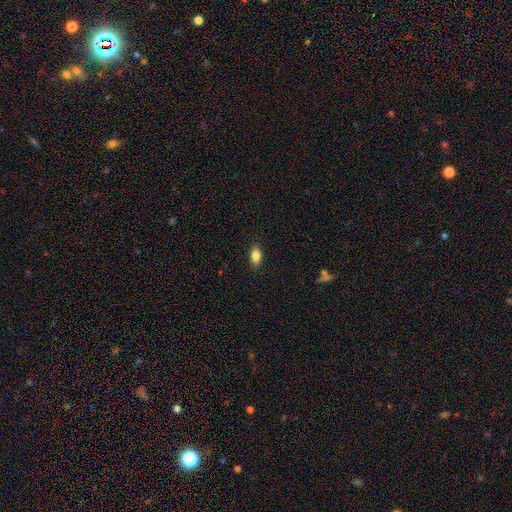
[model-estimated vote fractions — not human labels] Morphology: type=smooth (85%); roundness=in between (88%); merging=none (88%).